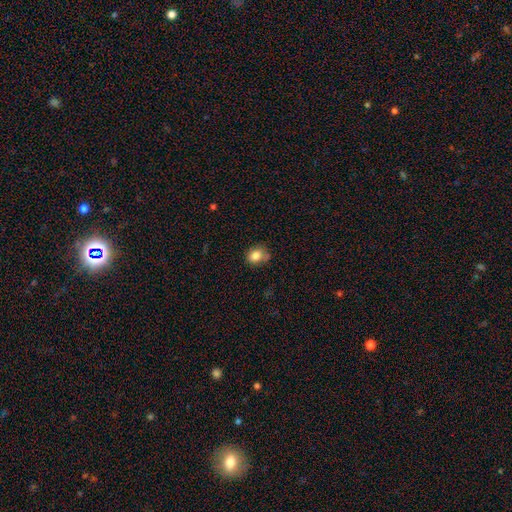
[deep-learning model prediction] This is clearly a smooth galaxy (83%). How rounded: possibly round (59%). Merging: likely none (64%).